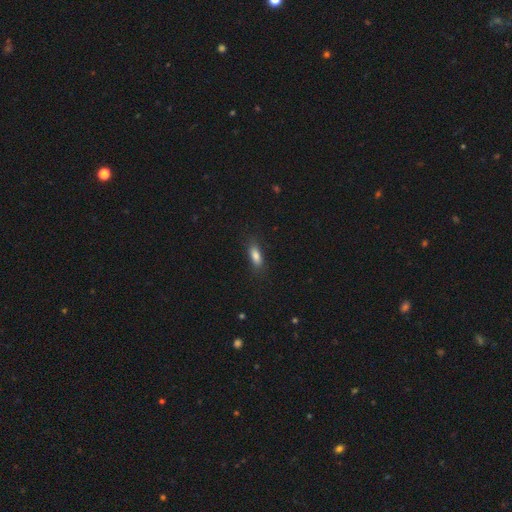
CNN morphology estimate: Q: Smooth or featured?
A: smooth (82%); runner-up: featured or disk (9%)
Q: How rounded?
A: in between (70%); runner-up: cigar-shaped (27%)
Q: Merging?
A: none (82%); runner-up: minor disturbance (13%)